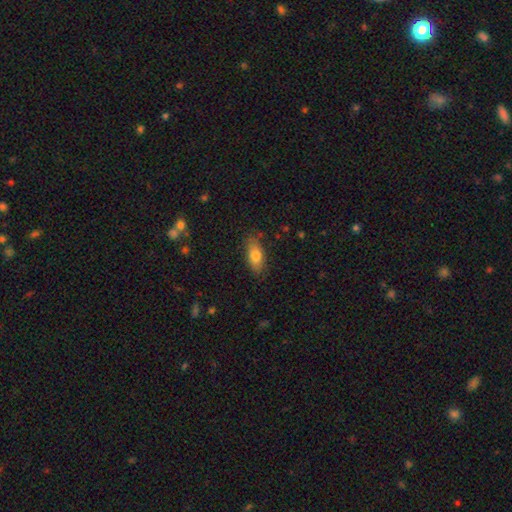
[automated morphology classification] Smooth or featured? Predicted: smooth (p=0.76). How rounded? Predicted: in between (p=0.82). Merging? Predicted: none (p=0.81).